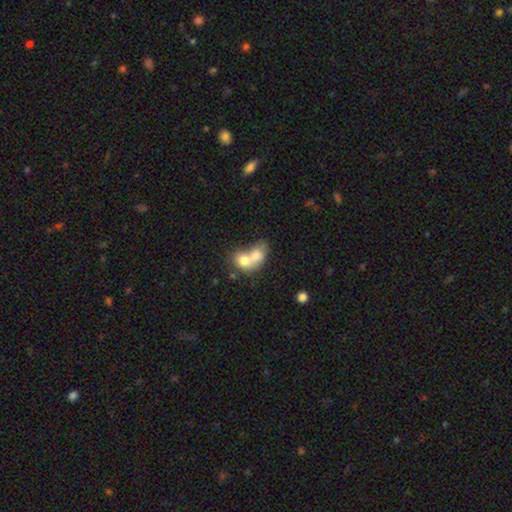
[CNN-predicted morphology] Smooth or featured?
  - smooth: 71% *
  - featured or disk: 21%
  - star or artifact: 8%
How rounded?
  - in between: 54% *
  - round: 44%
  - cigar-shaped: 1%
Merging?
  - merger: 79% *
  - none: 13%
  - minor disturbance: 5%
  - major disturbance: 3%